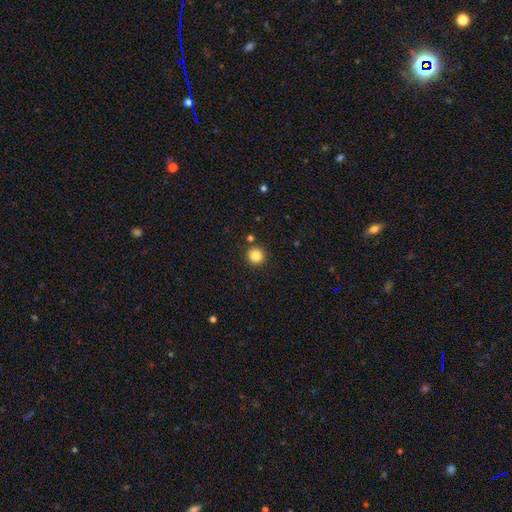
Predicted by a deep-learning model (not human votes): Morphology: type=smooth (85%); roundness=round (95%); merging=none (89%).